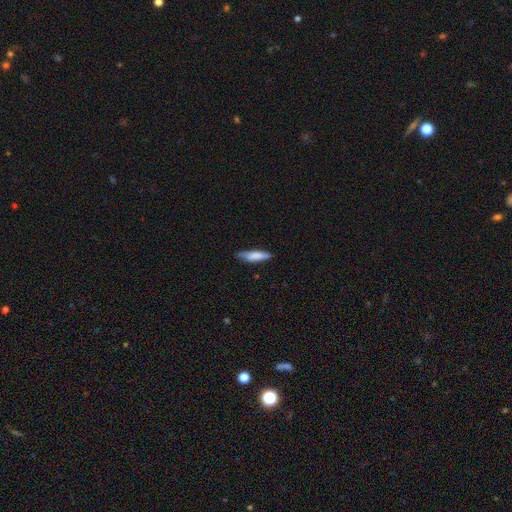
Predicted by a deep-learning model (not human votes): Overall: smooth (78%). How rounded: cigar-shaped (74%). Merging: none (73%).